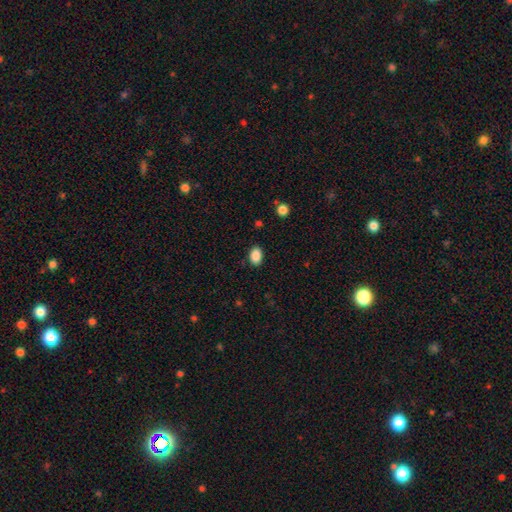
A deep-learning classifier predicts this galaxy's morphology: Smooth or featured? smooth (89%)
How rounded? in between (84%)
Merging? none (87%)